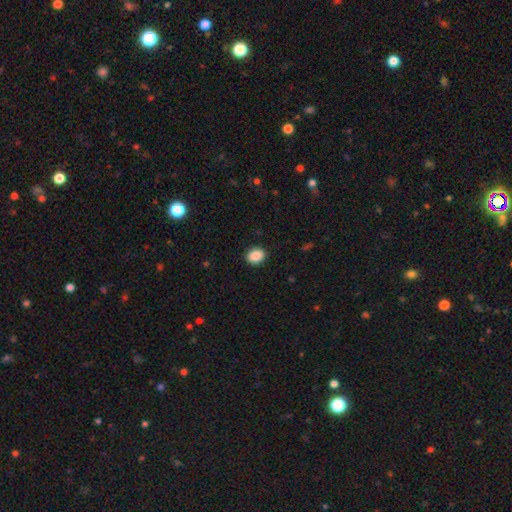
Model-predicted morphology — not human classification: smooth 89%, star or artifact 8%, featured or disk 3%. Down the decision tree: how rounded — in between (51%); merging — none (91%).